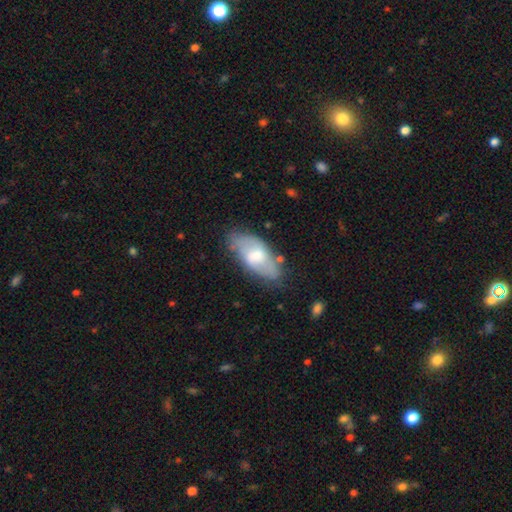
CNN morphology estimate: smooth_or_featured: smooth (p=0.49) [alt: featured or disk p=0.44]
merging: none (p=0.66) [alt: minor disturbance p=0.23]